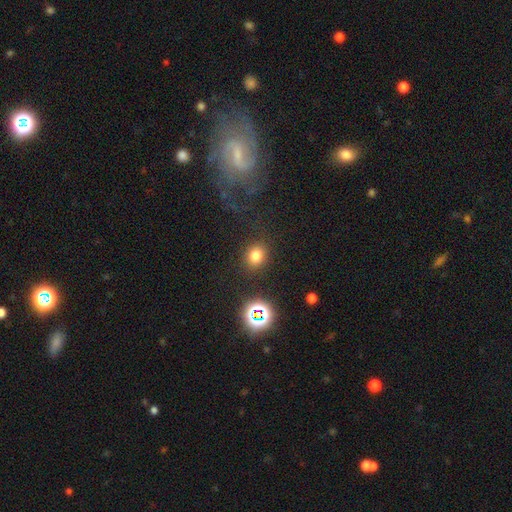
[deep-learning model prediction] This is likely a smooth galaxy (77%). How rounded: likely round (63%). Merging: clearly none (84%).